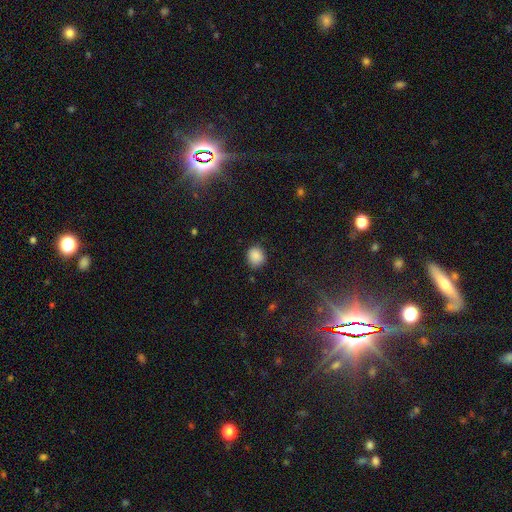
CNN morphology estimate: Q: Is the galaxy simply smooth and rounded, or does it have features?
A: smooth — 87%.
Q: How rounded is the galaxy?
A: round — 79%.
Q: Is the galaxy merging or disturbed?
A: none — 83%.